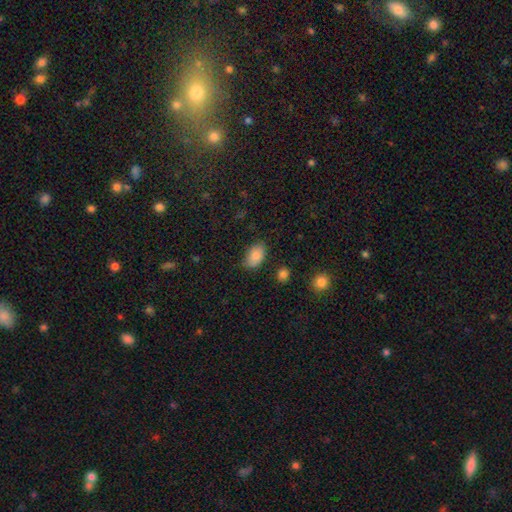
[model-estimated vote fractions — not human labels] Smooth or featured? smooth (82%)
How rounded? in between (90%)
Merging? none (72%)